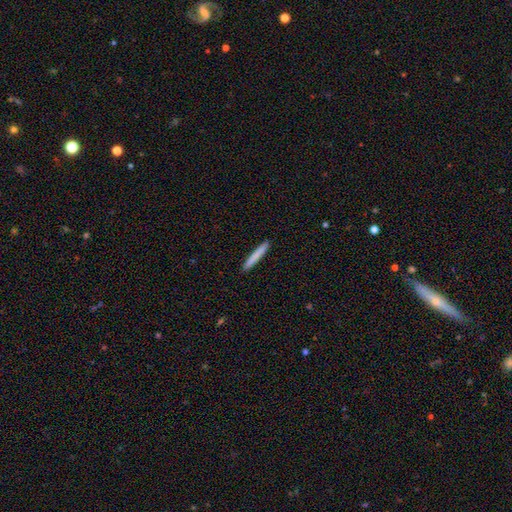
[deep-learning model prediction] A smooth galaxy with no disk features (79%) that is cigar-shaped (96%).

Vote fractions:
- Smooth or featured? smooth: 79% / featured or disk: 15% / star or artifact: 5%
- How rounded? cigar-shaped: 96% / in between: 2% / round: 1%
- Merging? none: 92% / minor disturbance: 5% / major disturbance: 1% / merger: 1%